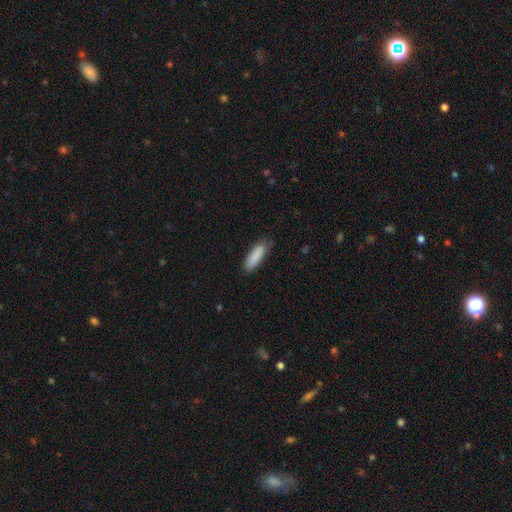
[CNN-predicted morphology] Smooth or featured: smooth — 88% (star or artifact — 6%)
How rounded: cigar-shaped — 53% (in between — 45%)
Merging: none — 79% (minor disturbance — 17%)